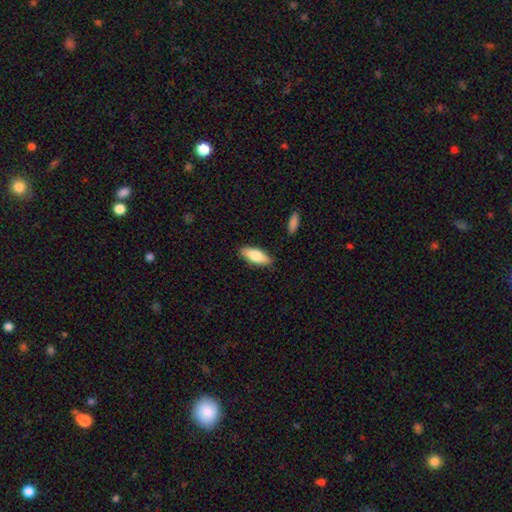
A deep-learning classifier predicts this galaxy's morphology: The model was most divided on "how rounded": in between: 76%, cigar-shaped: 22%, round: 2%. More confident: merging — none (86%); smooth or featured — smooth (78%).